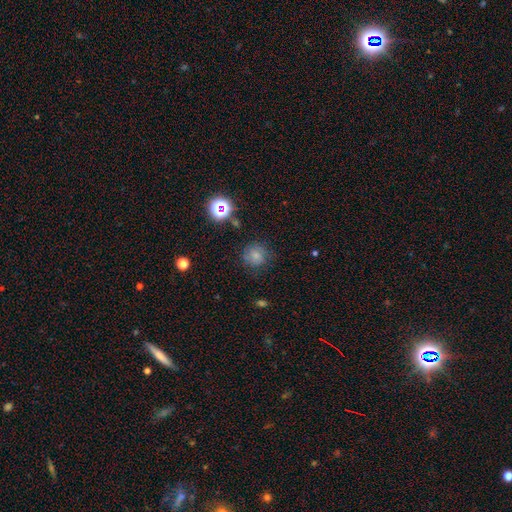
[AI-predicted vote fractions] smooth_or_featured: smooth (p=0.67) [alt: star or artifact p=0.18]
how_rounded: round (p=0.85) [alt: in between p=0.14]
merging: none (p=0.73) [alt: minor disturbance p=0.18]